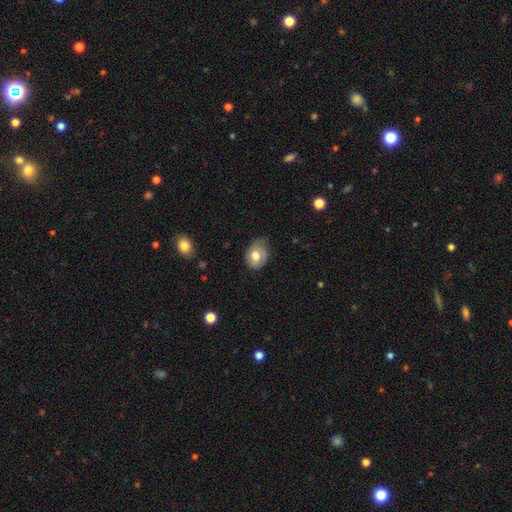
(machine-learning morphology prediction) smooth_or_featured: smooth (p=0.69) [alt: featured or disk p=0.23]
how_rounded: in between (p=0.65) [alt: round p=0.34]
merging: none (p=0.51) [alt: minor disturbance p=0.39]